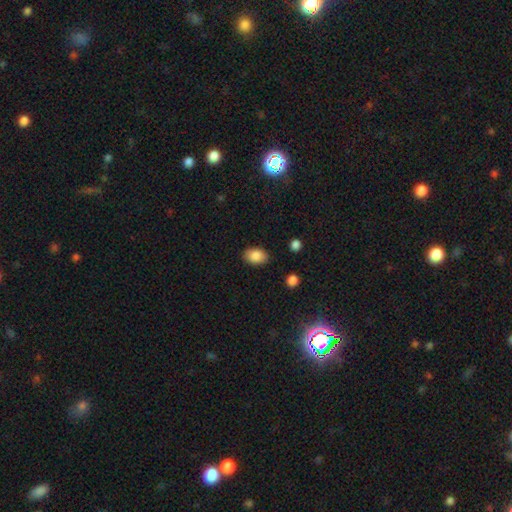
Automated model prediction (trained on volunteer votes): Q: Smooth or featured?
A: smooth (87%); runner-up: star or artifact (8%)
Q: How rounded?
A: in between (85%); runner-up: round (13%)
Q: Merging?
A: none (85%); runner-up: minor disturbance (11%)